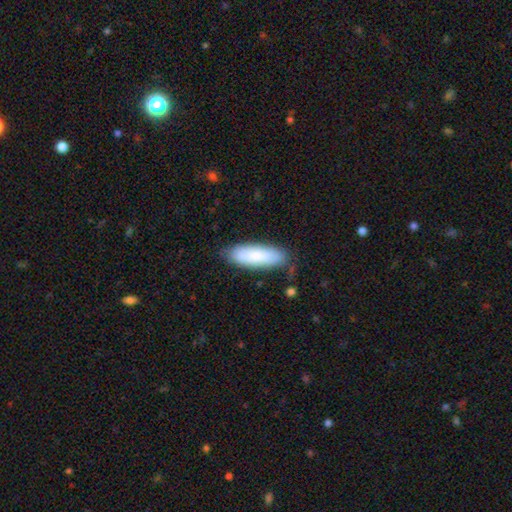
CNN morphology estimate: Smooth or featured? Predicted: smooth (p=0.83). How rounded? Predicted: in between (p=0.56). Merging? Predicted: none (p=0.79).